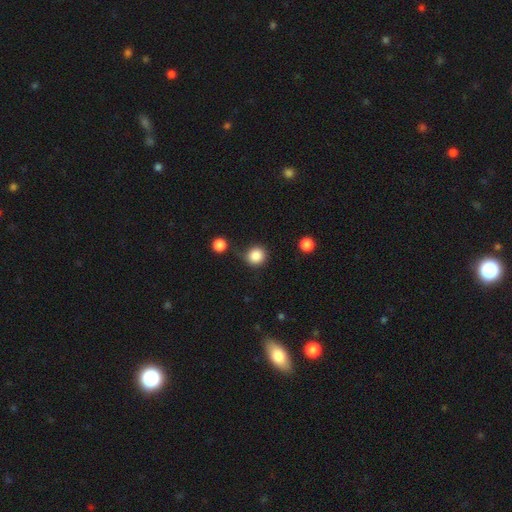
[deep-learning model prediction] A smooth galaxy with no disk features (86%) that is round (92%).

Vote fractions:
- Smooth or featured? smooth: 86% / star or artifact: 10% / featured or disk: 4%
- How rounded? round: 92% / in between: 7% / cigar-shaped: 1%
- Merging? none: 77% / minor disturbance: 13% / merger: 5% / major disturbance: 4%